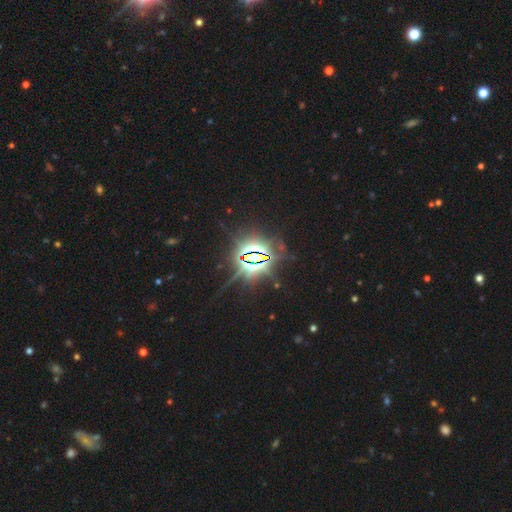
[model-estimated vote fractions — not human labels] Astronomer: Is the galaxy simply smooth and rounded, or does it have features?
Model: star or artifact — 84%.